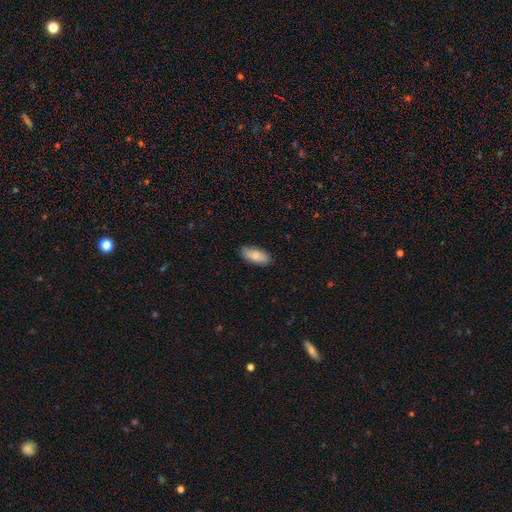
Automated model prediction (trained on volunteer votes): Smooth or featured: smooth — 81% (featured or disk — 13%)
How rounded: in between — 84% (cigar-shaped — 14%)
Merging: none — 83% (minor disturbance — 14%)